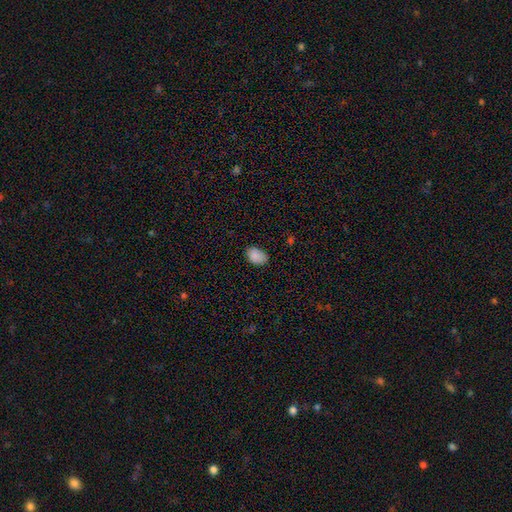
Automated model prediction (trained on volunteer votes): smooth 87%, star or artifact 8%, featured or disk 5%. Down the decision tree: how rounded — in between (86%); merging — none (73%).